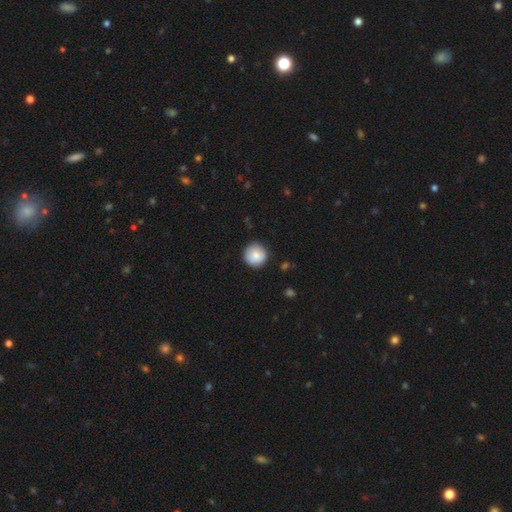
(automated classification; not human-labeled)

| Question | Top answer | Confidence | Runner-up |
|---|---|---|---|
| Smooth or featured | smooth | 85% | featured or disk (7%) |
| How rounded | round | 95% | in between (4%) |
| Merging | none | 87% | minor disturbance (10%) |